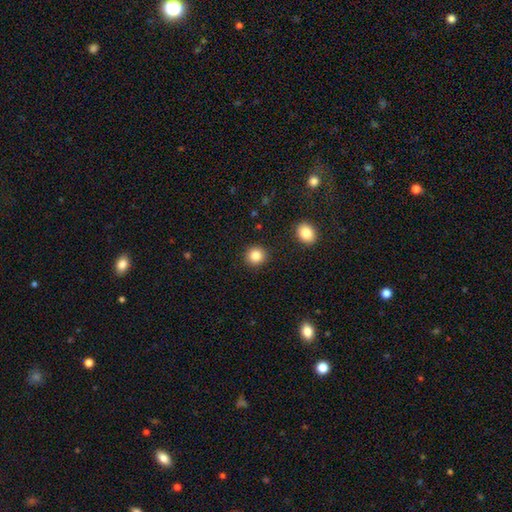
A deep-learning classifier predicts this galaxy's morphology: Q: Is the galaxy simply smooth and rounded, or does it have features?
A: smooth — 85%.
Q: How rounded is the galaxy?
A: round — 90%.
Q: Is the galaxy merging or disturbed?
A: none — 91%.